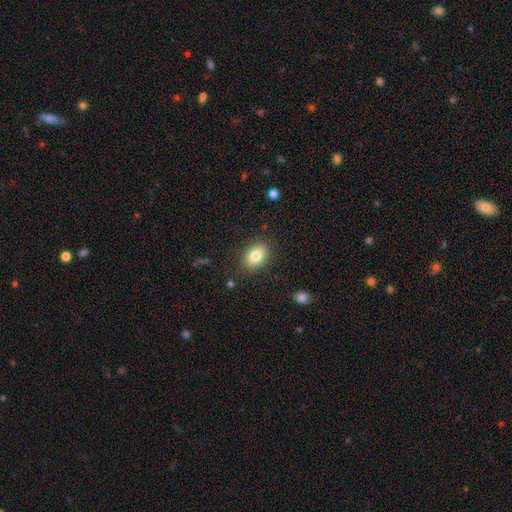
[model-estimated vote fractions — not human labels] Smooth or featured: smooth — 82% (featured or disk — 9%)
How rounded: in between — 78% (round — 21%)
Merging: none — 86% (minor disturbance — 10%)